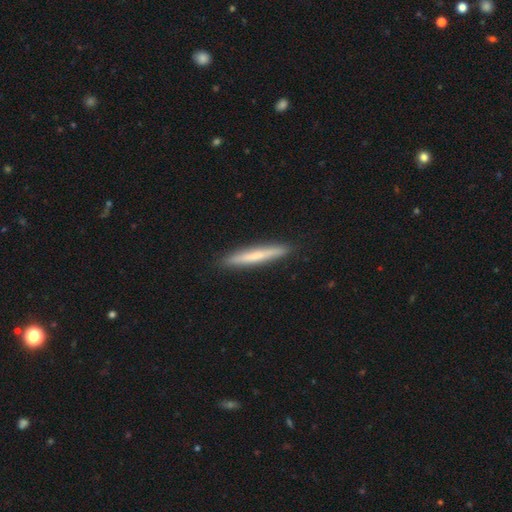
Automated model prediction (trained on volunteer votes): smooth_or_featured: smooth (p=0.58) [alt: featured or disk p=0.36]
how_rounded: cigar-shaped (p=0.96) [alt: in between p=0.03]
merging: none (p=0.92) [alt: minor disturbance p=0.06]